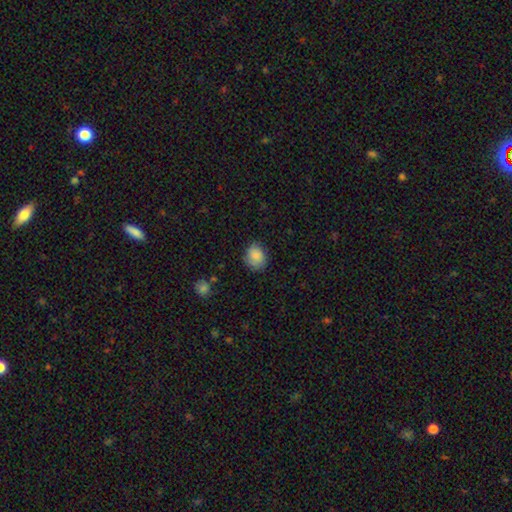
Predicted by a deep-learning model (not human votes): Smooth or featured?
  - smooth: 86% *
  - star or artifact: 8%
  - featured or disk: 6%
How rounded?
  - round: 57% *
  - in between: 42%
  - cigar-shaped: 1%
Merging?
  - none: 74% *
  - minor disturbance: 20%
  - major disturbance: 4%
  - merger: 1%